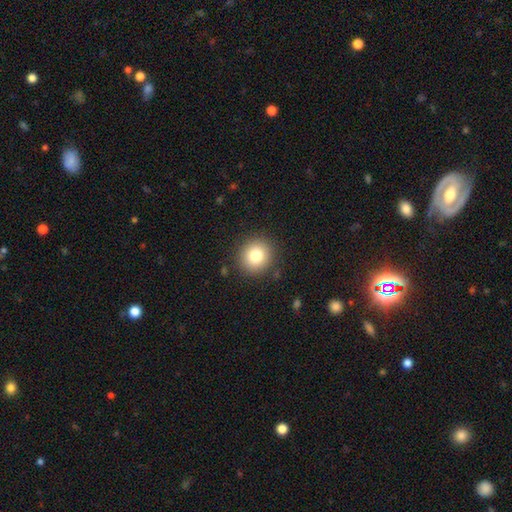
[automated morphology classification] A smooth galaxy with no disk features (80%) that is round (91%).

Vote fractions:
- Smooth or featured? smooth: 80% / star or artifact: 11% / featured or disk: 9%
- How rounded? round: 91% / in between: 8% / cigar-shaped: 1%
- Merging? none: 89% / minor disturbance: 7% / major disturbance: 3% / merger: 1%